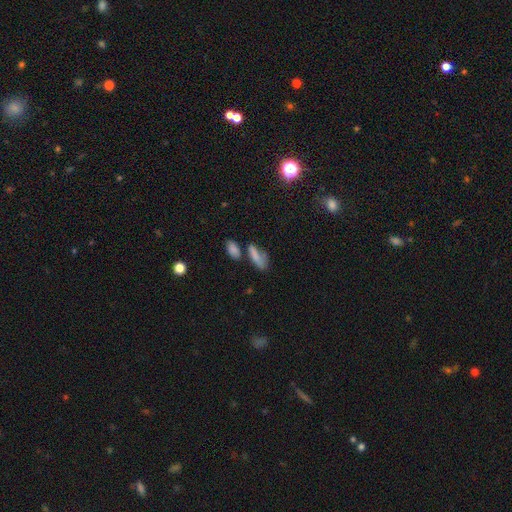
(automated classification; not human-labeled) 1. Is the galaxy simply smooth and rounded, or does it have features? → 73% smooth, 15% featured or disk, 12% star or artifact.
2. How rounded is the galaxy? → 64% in between, 31% cigar-shaped, 5% round.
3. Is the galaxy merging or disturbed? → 41% none, 23% merger, 22% minor disturbance, 14% major disturbance.